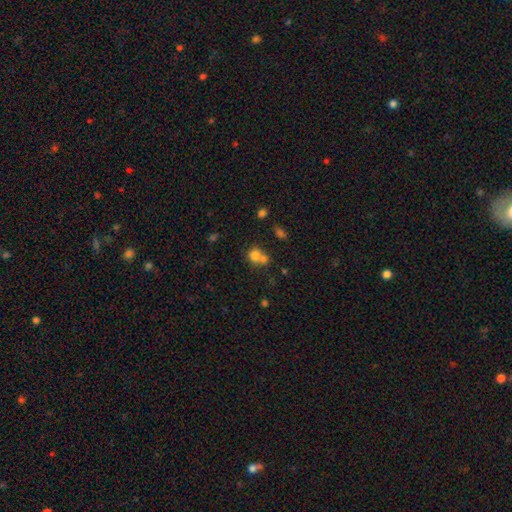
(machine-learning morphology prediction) smooth-or-featured: smooth: 76% | star or artifact: 13% | featured or disk: 12%
  how-rounded: round: 73% | in between: 26% | cigar-shaped: 1%
  merging: merger: 51% | none: 35% | minor disturbance: 9% | major disturbance: 5%